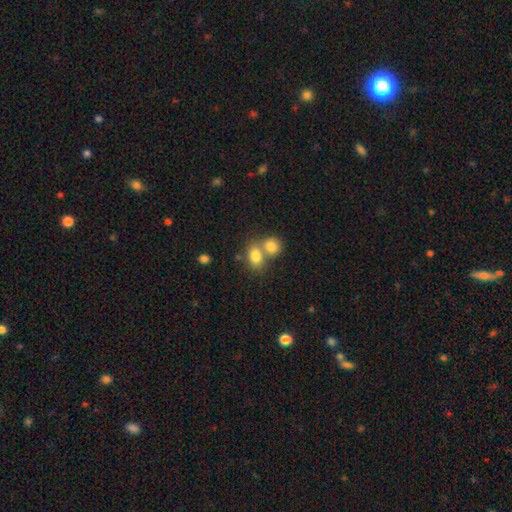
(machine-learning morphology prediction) Smooth or featured: smooth — 80% (featured or disk — 10%)
How rounded: in between — 60% (round — 39%)
Merging: merger — 58% (none — 32%)